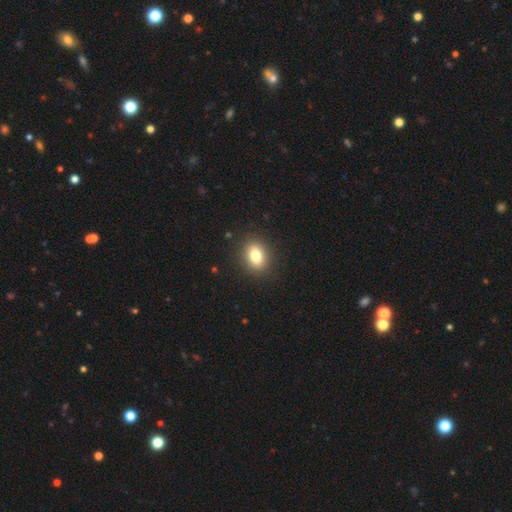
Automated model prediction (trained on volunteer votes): Smooth or featured?
  - smooth: 80% *
  - star or artifact: 10%
  - featured or disk: 10%
How rounded?
  - in between: 60% *
  - round: 38%
  - cigar-shaped: 1%
Merging?
  - none: 89% *
  - minor disturbance: 7%
  - major disturbance: 2%
  - merger: 1%